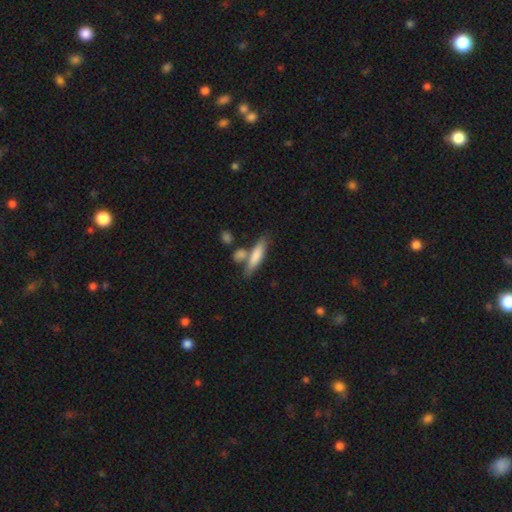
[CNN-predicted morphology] smooth 76%, featured or disk 18%, star or artifact 6%. Down the decision tree: how rounded — cigar-shaped (72%); merging — none (62%).